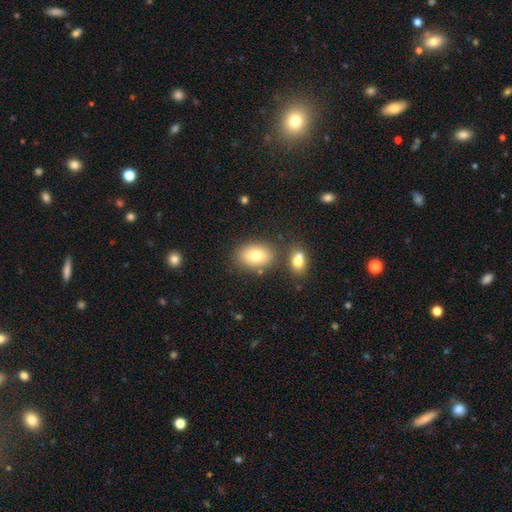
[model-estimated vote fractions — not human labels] This is likely a smooth galaxy (78%). How rounded: likely in between (79%). Merging: likely none (75%).